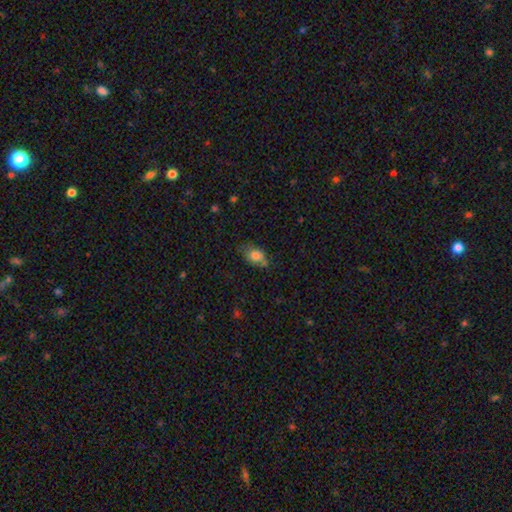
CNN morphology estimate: A smooth galaxy with no disk features (80%) that is in between round and cigar-shaped (75%). Merging: none (54%).